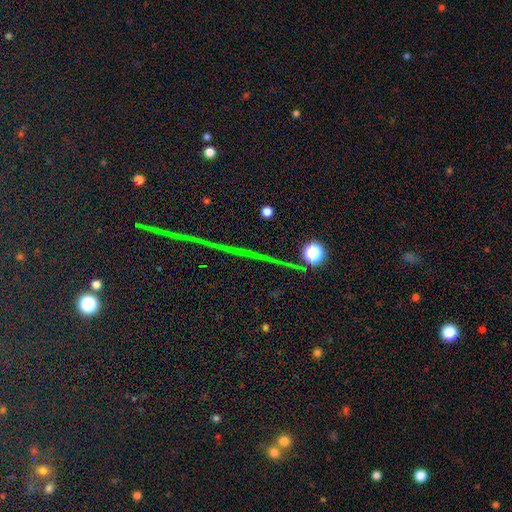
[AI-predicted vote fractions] Smooth or featured: star or artifact — 82% (featured or disk — 9%)